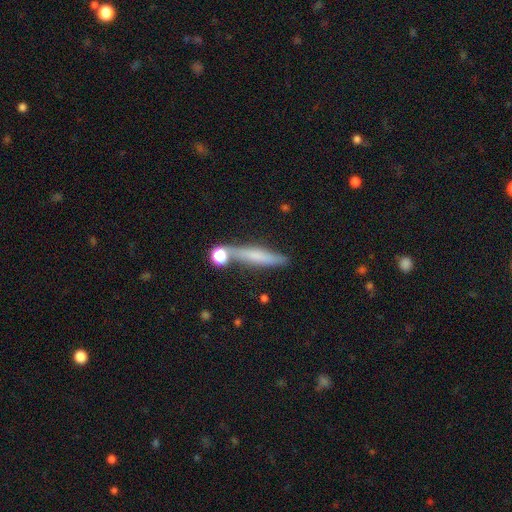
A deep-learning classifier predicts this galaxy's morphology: Smooth or featured: smooth — 54% (featured or disk — 36%)
How rounded: cigar-shaped — 86% (in between — 10%)
Merging: none — 70% (minor disturbance — 14%)